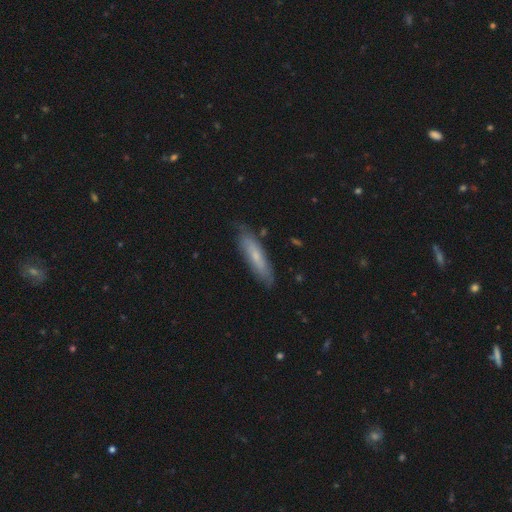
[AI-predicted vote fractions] Morphology: type=smooth (54%); roundness=cigar-shaped (73%); merging=none (78%).